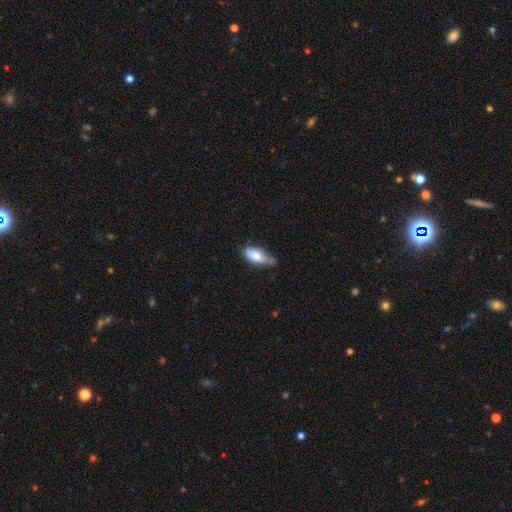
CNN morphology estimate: smooth_or_featured: smooth (p=0.75) [alt: featured or disk p=0.18]
how_rounded: in between (p=0.81) [alt: cigar-shaped p=0.17]
merging: minor disturbance (p=0.45) [alt: none p=0.40]